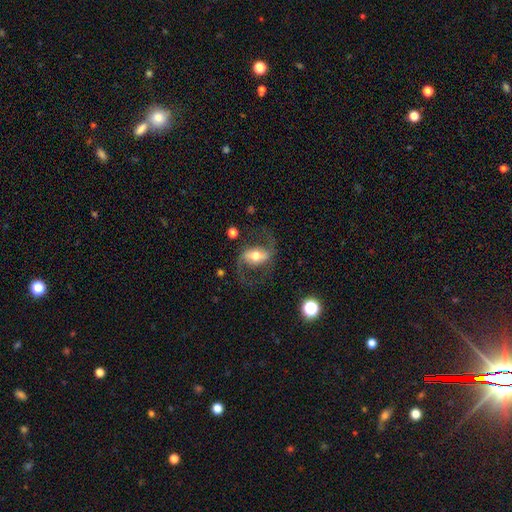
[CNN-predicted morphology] A featured or disk galaxy (82%) with a strong bar (39%), 2 (92%) loose (47%) spiral arms (93%) and a moderate central bulge (67%).

Vote fractions:
- Smooth or featured? featured or disk: 82% / smooth: 12% / star or artifact: 6%
- Edge-on disk? no: 96% / yes: 4%
- Bar? strong: 39% / weak: 37% / no: 25%
- Spiral arms? yes: 93% / no: 7%
- Spiral winding? loose: 47% / medium: 45% / tight: 8%
- Spiral arm count? 2: 92% / 1: 3% / can't tell: 3% / 3: 1% / 4: 1% / more than 4: 1%
- Bulge size? moderate: 67% / small: 16% / large: 14% / dominant: 2% / none: 1%
- Merging? none: 71% / major disturbance: 13% / minor disturbance: 13% / merger: 2%